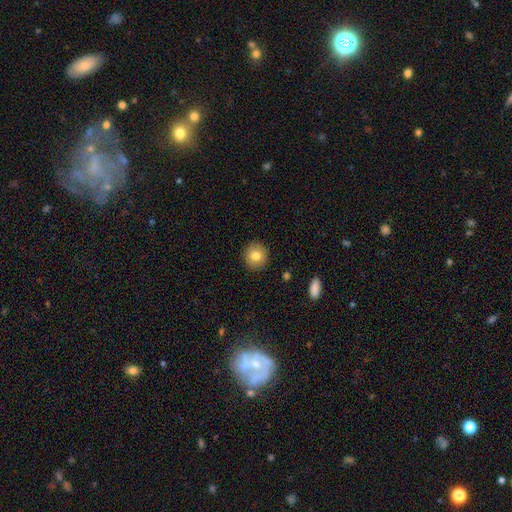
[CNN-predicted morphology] This is likely a smooth galaxy (80%). How rounded: clearly round (90%). Merging: clearly none (90%).